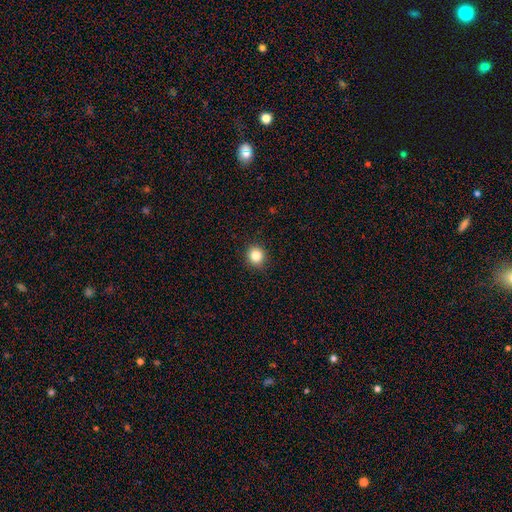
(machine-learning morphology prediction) Smooth or featured? smooth (84%)
How rounded? round (90%)
Merging? none (91%)